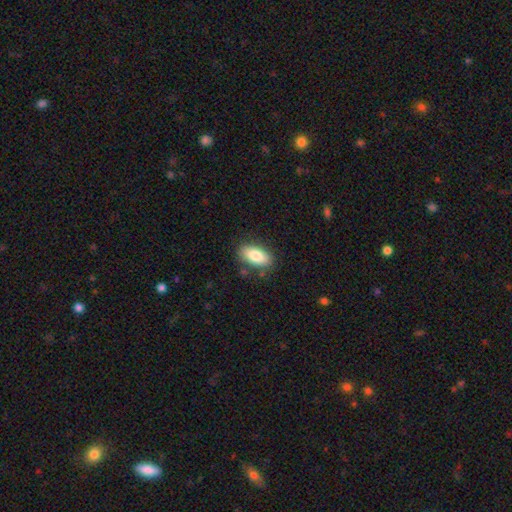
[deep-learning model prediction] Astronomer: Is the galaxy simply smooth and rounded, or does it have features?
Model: smooth — 83%.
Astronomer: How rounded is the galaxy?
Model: in between — 89%.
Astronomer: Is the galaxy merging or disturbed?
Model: none — 83%.